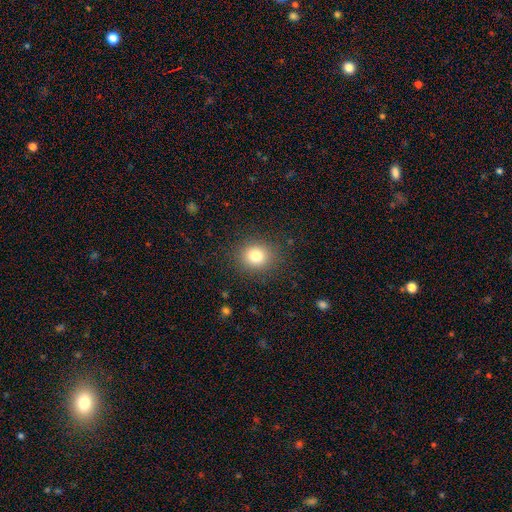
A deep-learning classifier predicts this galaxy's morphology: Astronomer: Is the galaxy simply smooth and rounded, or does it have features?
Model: smooth — 79%.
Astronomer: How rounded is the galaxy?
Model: round — 80%.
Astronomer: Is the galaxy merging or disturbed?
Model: none — 88%.